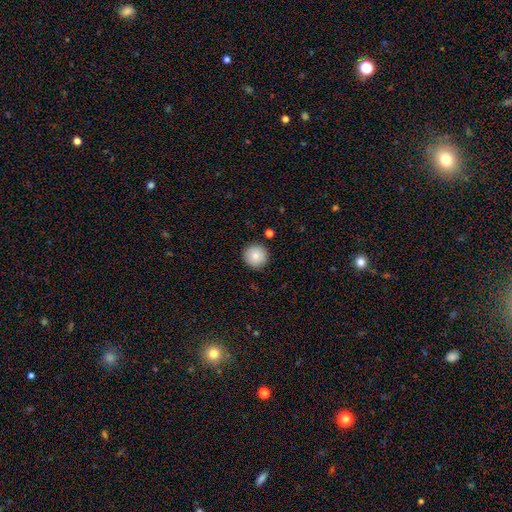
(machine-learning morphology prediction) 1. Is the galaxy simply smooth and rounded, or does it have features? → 85% smooth, 8% star or artifact, 7% featured or disk.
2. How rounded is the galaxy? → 96% round, 3% in between, 1% cigar-shaped.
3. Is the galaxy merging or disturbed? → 91% none, 6% minor disturbance, 2% major disturbance, 2% merger.